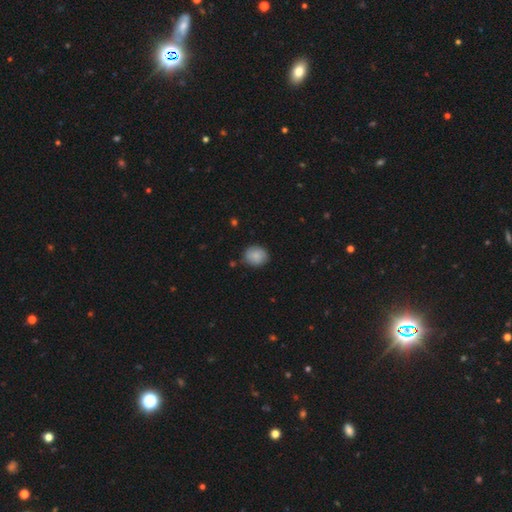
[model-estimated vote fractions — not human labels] Overall: smooth (84%). How rounded: round (71%). Merging: none (82%).